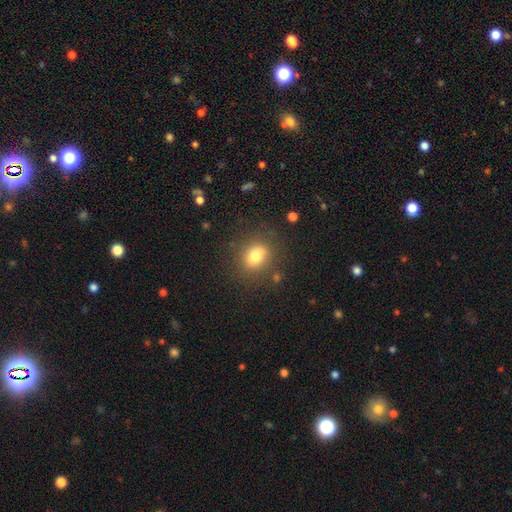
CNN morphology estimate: Smooth or featured? smooth (77%)
How rounded? in between (50%)
Merging? none (80%)